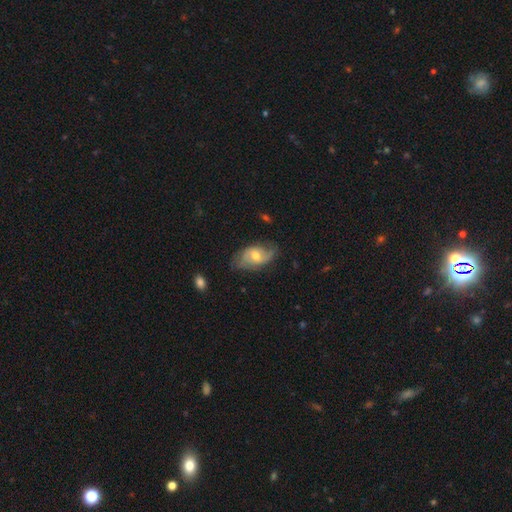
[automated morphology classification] This is likely a featured or disk galaxy (61%). It is clearly not viewed edge-on (94%). Bar: possibly no (54%). Spiral arm pattern: clearly yes (82%). Central bulge: likely moderate (65%). Merging: likely none (63%).